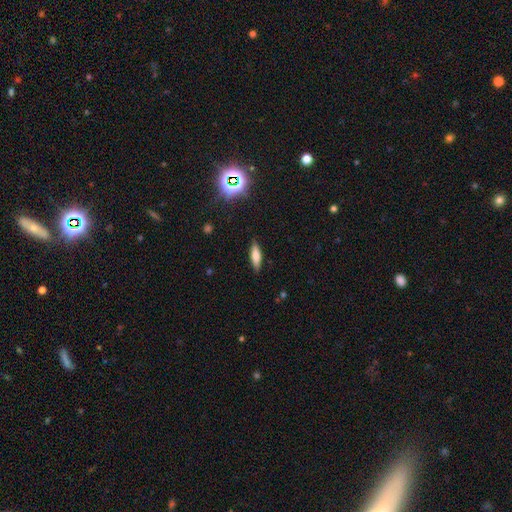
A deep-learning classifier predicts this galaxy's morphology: Smooth or featured: smooth — 68% (featured or disk — 22%)
How rounded: cigar-shaped — 56% (in between — 42%)
Merging: none — 87% (minor disturbance — 9%)